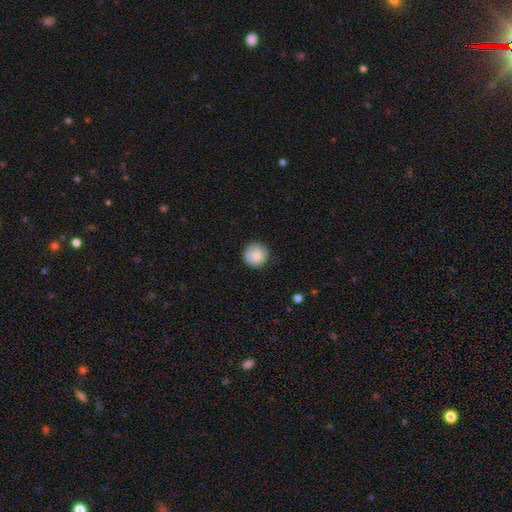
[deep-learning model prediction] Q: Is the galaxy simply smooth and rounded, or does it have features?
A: smooth — 84%.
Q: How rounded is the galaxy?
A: round — 95%.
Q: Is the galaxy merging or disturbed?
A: none — 82%.